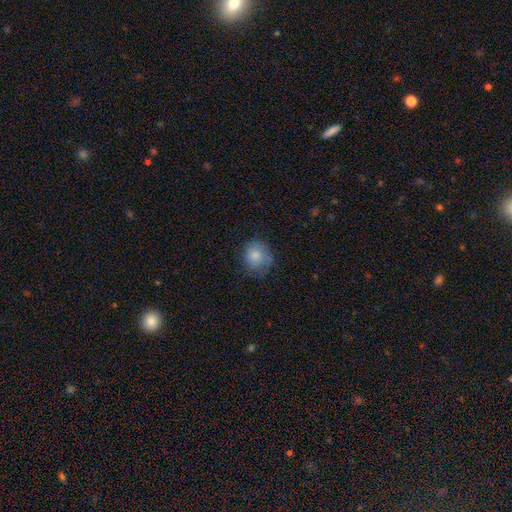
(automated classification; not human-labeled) Smooth or featured? Predicted: smooth (p=0.79). How rounded? Predicted: round (p=0.75). Merging? Predicted: none (p=0.58).